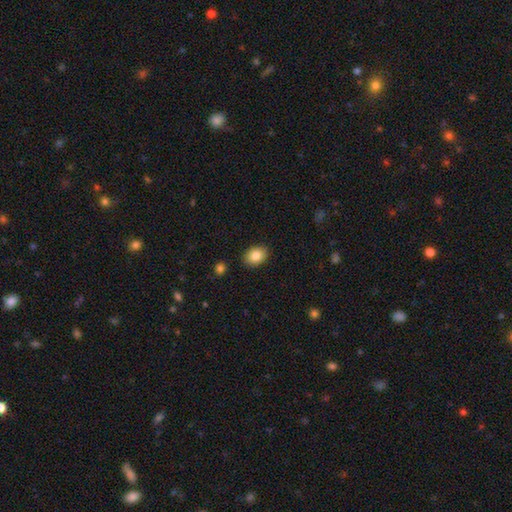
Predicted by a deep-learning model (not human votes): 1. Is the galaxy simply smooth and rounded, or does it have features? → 85% smooth, 8% featured or disk, 8% star or artifact.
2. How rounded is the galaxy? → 77% in between, 22% round, 1% cigar-shaped.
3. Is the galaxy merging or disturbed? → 89% none, 8% minor disturbance, 2% major disturbance, 1% merger.